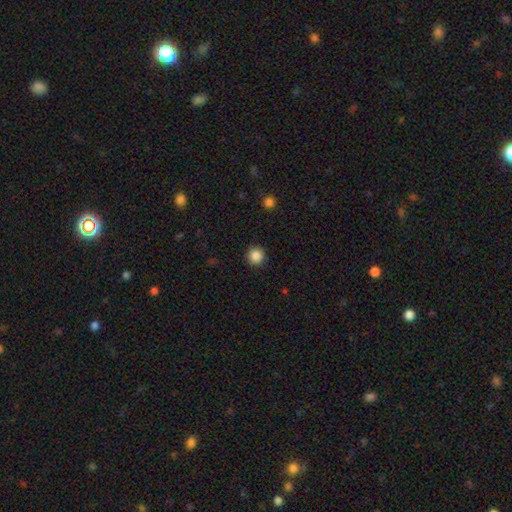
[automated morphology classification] smooth_or_featured: smooth (p=0.87) [alt: star or artifact p=0.10]
how_rounded: round (p=0.96) [alt: in between p=0.03]
merging: none (p=0.92) [alt: minor disturbance p=0.05]